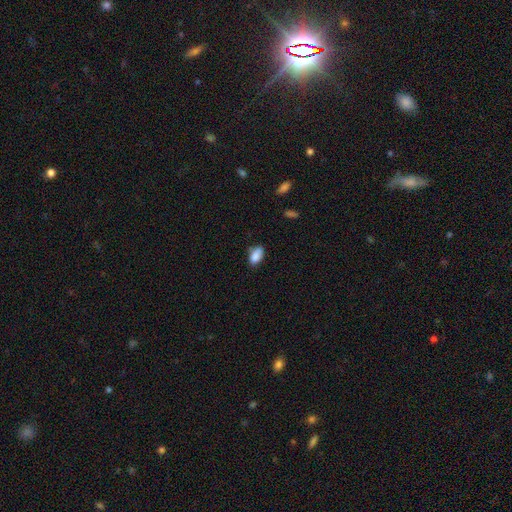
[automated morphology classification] Smooth or featured: smooth — 87% (star or artifact — 8%)
How rounded: in between — 92% (round — 4%)
Merging: none — 71% (minor disturbance — 22%)